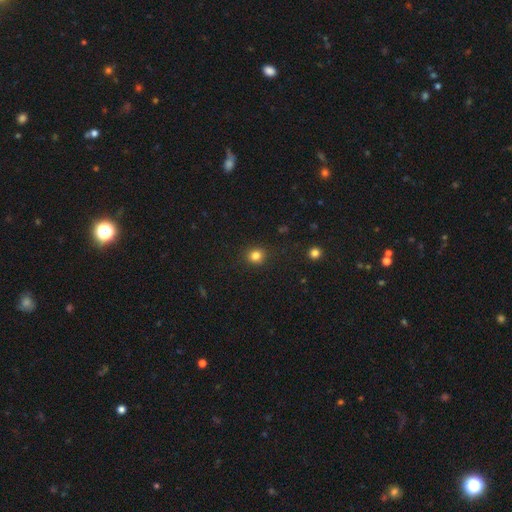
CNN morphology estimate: Smooth or featured: smooth — 82% (star or artifact — 13%)
How rounded: round — 86% (in between — 13%)
Merging: none — 90% (minor disturbance — 7%)